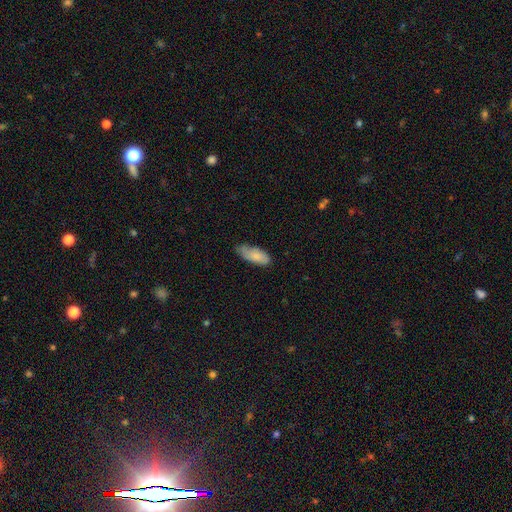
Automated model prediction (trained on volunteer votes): A smooth galaxy with no disk features (80%) that is in between round and cigar-shaped (81%). Merging: none (54%).